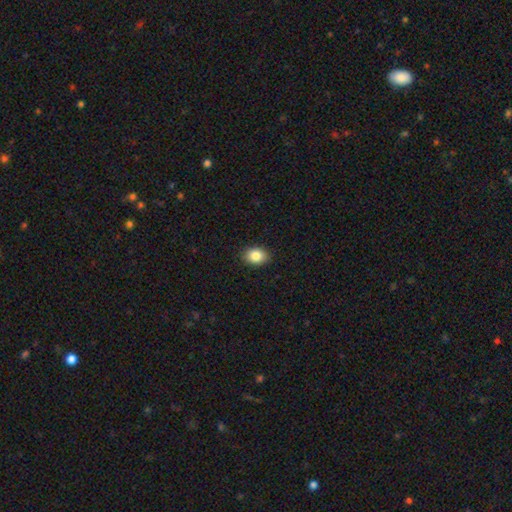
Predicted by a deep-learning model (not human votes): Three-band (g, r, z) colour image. It shows a smooth galaxy with no disk features (86%) that is in between round and cigar-shaped (68%). Merging: none (89%).